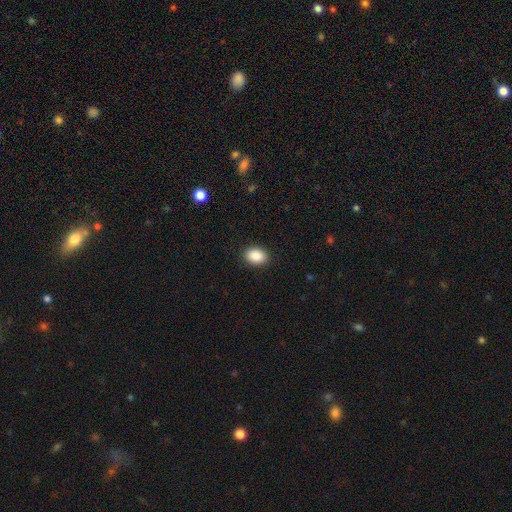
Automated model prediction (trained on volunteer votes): Overall: smooth (89%). How rounded: in between (75%). Merging: none (90%).